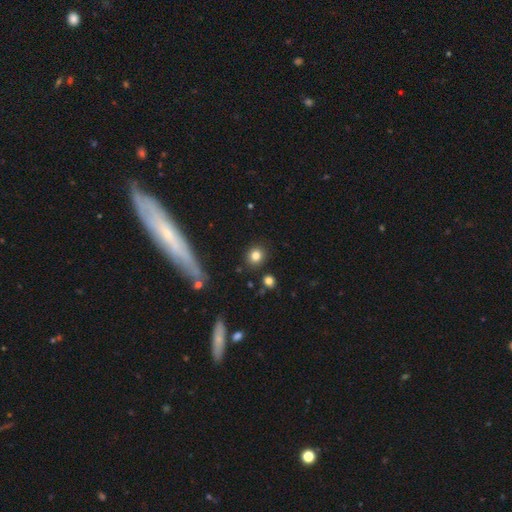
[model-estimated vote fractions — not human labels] Smooth or featured?
  - smooth: 82% *
  - star or artifact: 11%
  - featured or disk: 7%
How rounded?
  - round: 86% *
  - in between: 12%
  - cigar-shaped: 1%
Merging?
  - none: 88% *
  - minor disturbance: 7%
  - merger: 3%
  - major disturbance: 2%